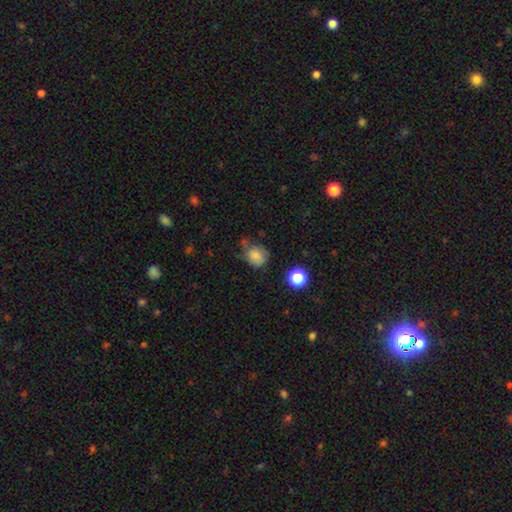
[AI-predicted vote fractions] This appears to be a smooth galaxy with no disk features (78%) that is round (73%). Merging: none (49%).